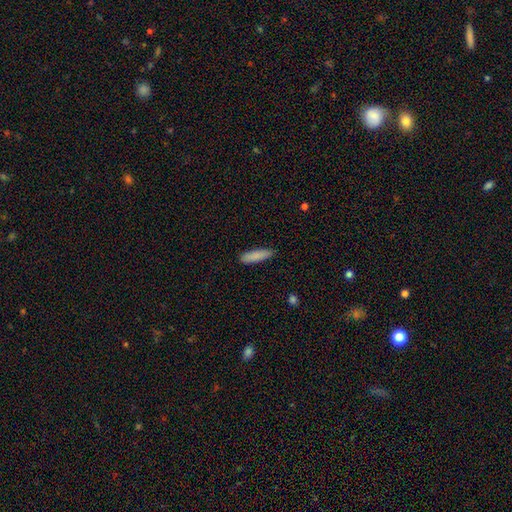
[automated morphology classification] Q: Smooth or featured?
A: smooth (87%); runner-up: featured or disk (7%)
Q: How rounded?
A: cigar-shaped (72%); runner-up: in between (26%)
Q: Merging?
A: none (87%); runner-up: minor disturbance (10%)